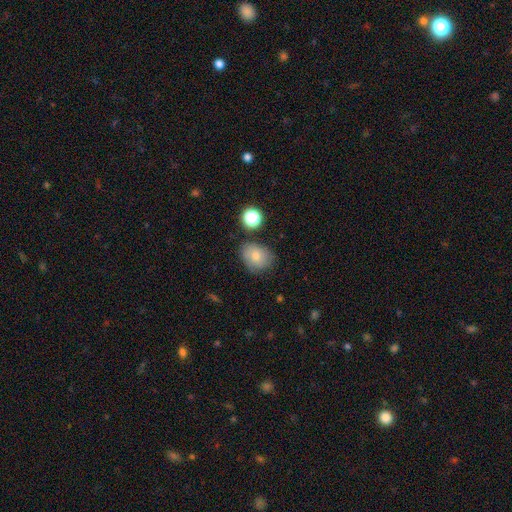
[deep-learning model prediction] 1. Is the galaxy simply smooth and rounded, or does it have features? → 71% smooth, 17% featured or disk, 11% star or artifact.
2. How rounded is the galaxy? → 50% in between, 49% round, 1% cigar-shaped.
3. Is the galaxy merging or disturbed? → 68% none, 22% minor disturbance, 6% major disturbance, 5% merger.